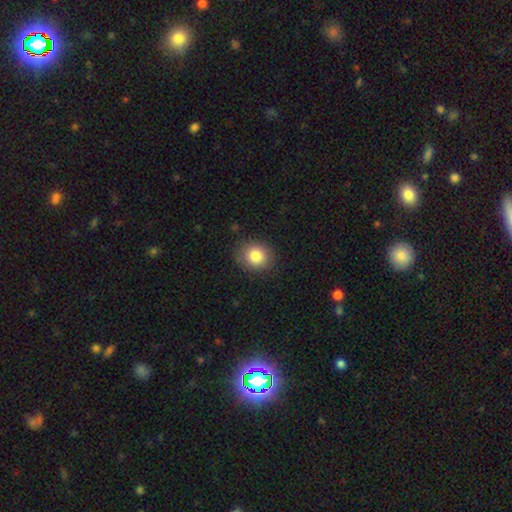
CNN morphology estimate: smooth-or-featured: smooth: 83% | star or artifact: 10% | featured or disk: 7%
  how-rounded: round: 77% | in between: 22% | cigar-shaped: 1%
  merging: none: 88% | minor disturbance: 9% | major disturbance: 3% | merger: 1%